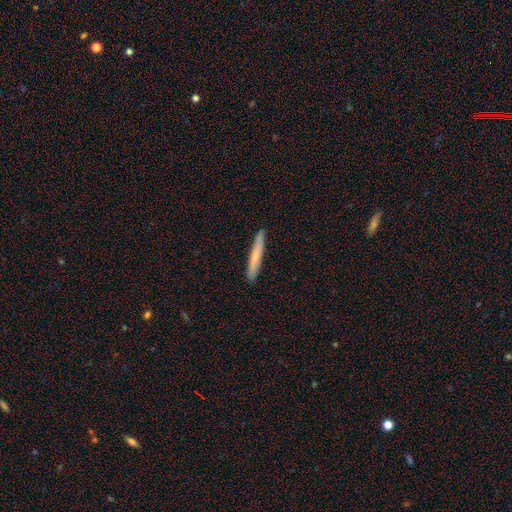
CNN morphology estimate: smooth-or-featured: smooth: 58% | featured or disk: 36% | star or artifact: 6%
  how-rounded: cigar-shaped: 95% | in between: 4% | round: 1%
  merging: none: 90% | minor disturbance: 7% | major disturbance: 1% | merger: 1%